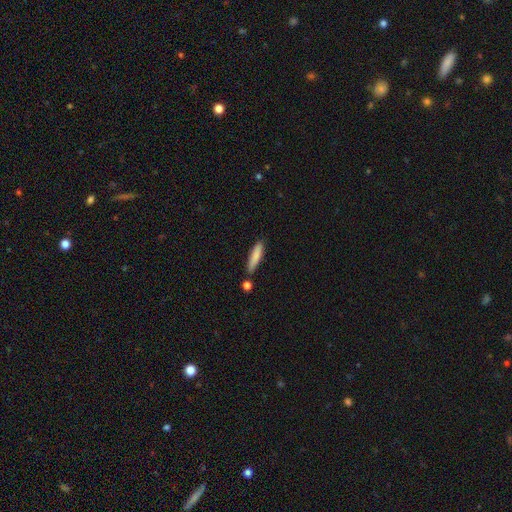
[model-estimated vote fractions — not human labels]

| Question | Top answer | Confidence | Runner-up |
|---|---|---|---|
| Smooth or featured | smooth | 82% | featured or disk (12%) |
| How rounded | cigar-shaped | 80% | in between (18%) |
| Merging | none | 76% | minor disturbance (14%) |